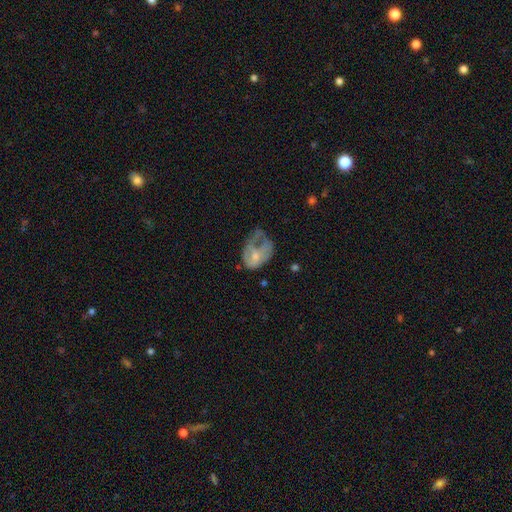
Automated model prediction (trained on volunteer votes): smooth-or-featured: smooth: 46% (tied) | featured or disk: 46% (tied) | star or artifact: 8%
  merging: major disturbance: 55% | minor disturbance: 24% | none: 16% | merger: 5%